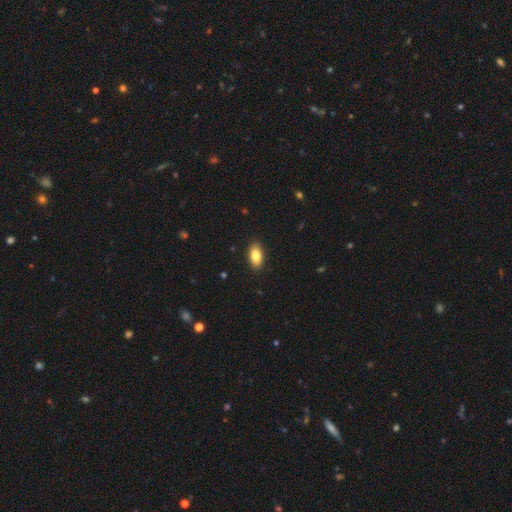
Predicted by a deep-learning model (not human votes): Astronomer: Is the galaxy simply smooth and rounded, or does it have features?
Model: smooth — 84%.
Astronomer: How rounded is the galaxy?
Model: in between — 91%.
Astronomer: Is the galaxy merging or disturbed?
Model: none — 88%.